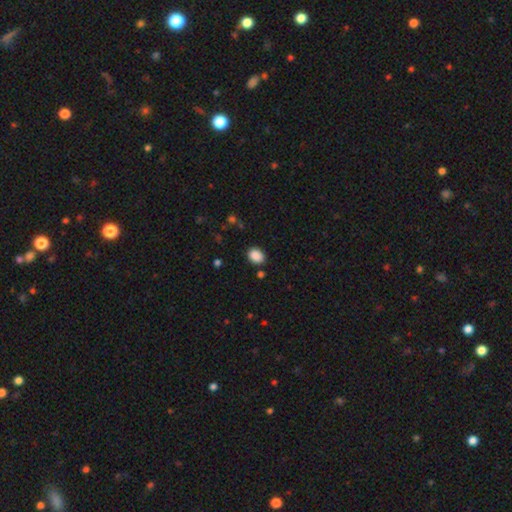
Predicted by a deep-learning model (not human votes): This appears to be a smooth galaxy with no disk features (88%) that is in between round and cigar-shaped (64%). Merging: none (86%).